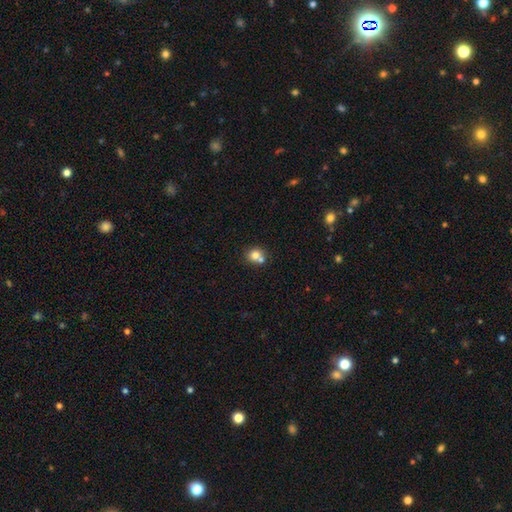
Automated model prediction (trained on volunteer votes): A smooth galaxy with no disk features (76%) that is round (79%). Merging: none (47%).